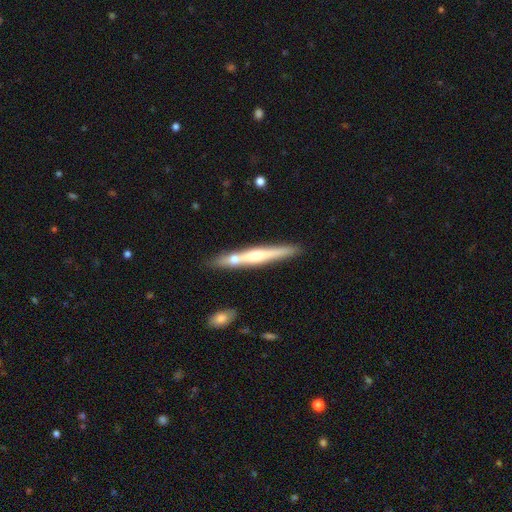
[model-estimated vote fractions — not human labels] smooth_or_featured: featured or disk (p=0.53) [alt: smooth p=0.41]
disk_edge_on: yes (p=0.95) [alt: no p=0.05]
edge_on_bulge: rounded (p=0.62) [alt: none p=0.27]
merging: none (p=0.77) [alt: minor disturbance p=0.11]